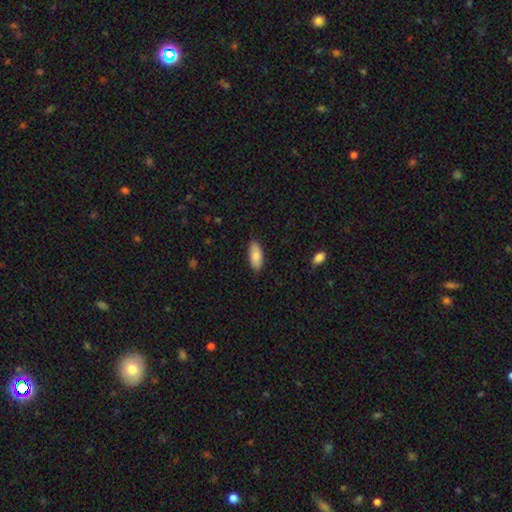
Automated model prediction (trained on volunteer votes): Morphology: type=smooth (85%); roundness=in between (86%); merging=none (86%).